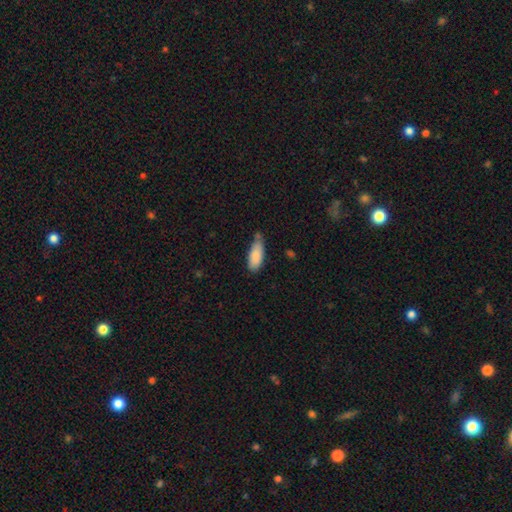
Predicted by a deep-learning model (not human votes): A smooth galaxy with no disk features (87%) that is in between round and cigar-shaped (76%). Merging: none (56%).